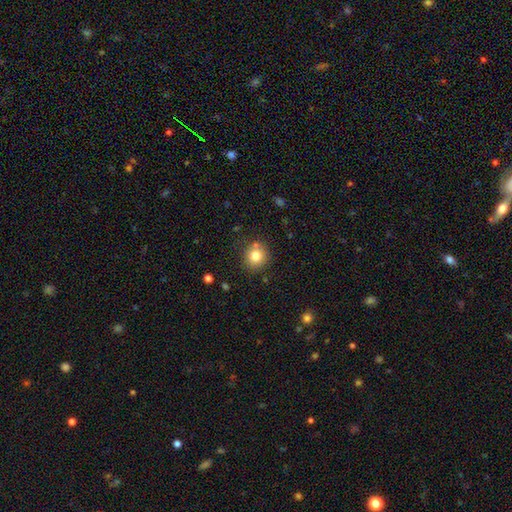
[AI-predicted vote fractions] Smooth or featured? Predicted: smooth (p=0.79). How rounded? Predicted: round (p=0.87). Merging? Predicted: none (p=0.79).